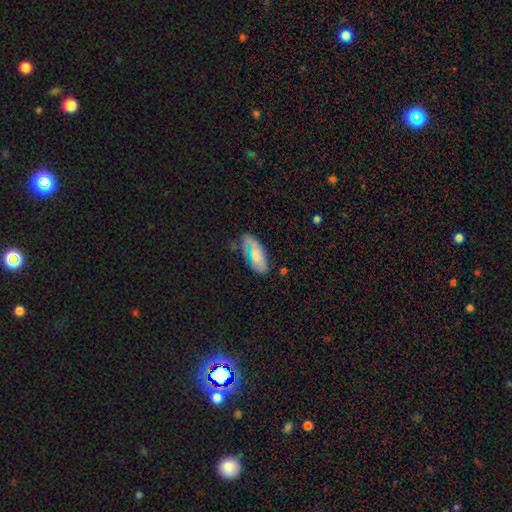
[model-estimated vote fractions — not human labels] Smooth or featured?
  - smooth: 65% *
  - featured or disk: 23%
  - star or artifact: 12%
How rounded?
  - in between: 84% *
  - cigar-shaped: 12%
  - round: 3%
Merging?
  - none: 65% *
  - minor disturbance: 23%
  - major disturbance: 8%
  - merger: 4%